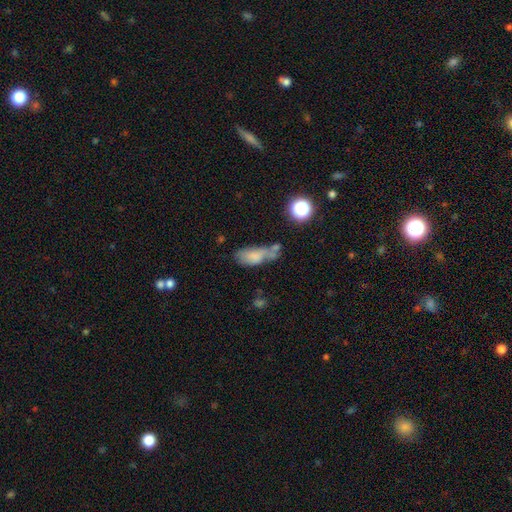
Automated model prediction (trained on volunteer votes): A smooth galaxy with no disk features (68%) that is in between round and cigar-shaped (78%). Merging: none (31%).